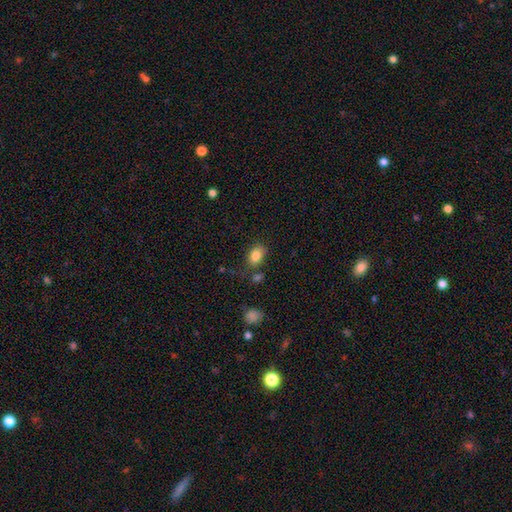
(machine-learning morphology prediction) smooth_or_featured: smooth (p=0.84) [alt: star or artifact p=0.09]
how_rounded: in between (p=0.80) [alt: round p=0.18]
merging: none (p=0.72) [alt: minor disturbance p=0.16]